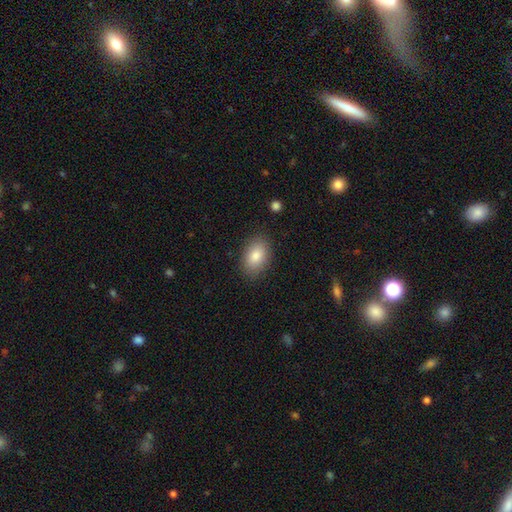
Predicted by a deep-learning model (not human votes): smooth-or-featured: smooth: 84% | featured or disk: 9% | star or artifact: 8%
  how-rounded: in between: 88% | round: 11% | cigar-shaped: 1%
  merging: none: 86% | minor disturbance: 10% | major disturbance: 3% | merger: 1%